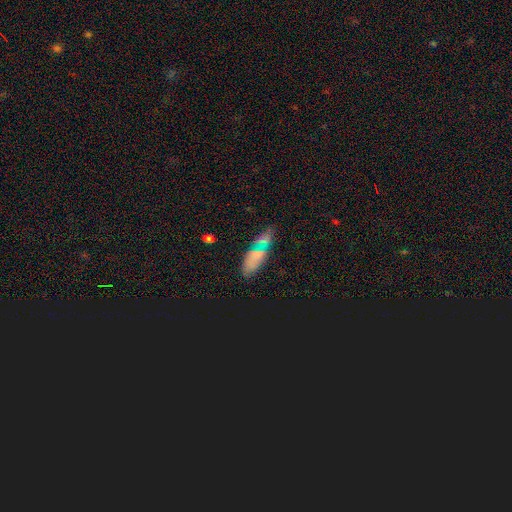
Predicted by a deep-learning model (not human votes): This appears to be a smooth galaxy with no disk features (60%) that is in between round and cigar-shaped (83%). Merging: none (68%).